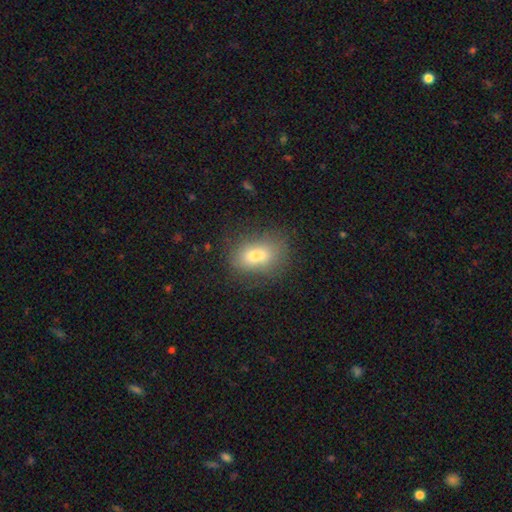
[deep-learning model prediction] Smooth or featured: smooth — 73% (featured or disk — 17%)
How rounded: in between — 80% (round — 16%)
Merging: none — 67% (minor disturbance — 19%)